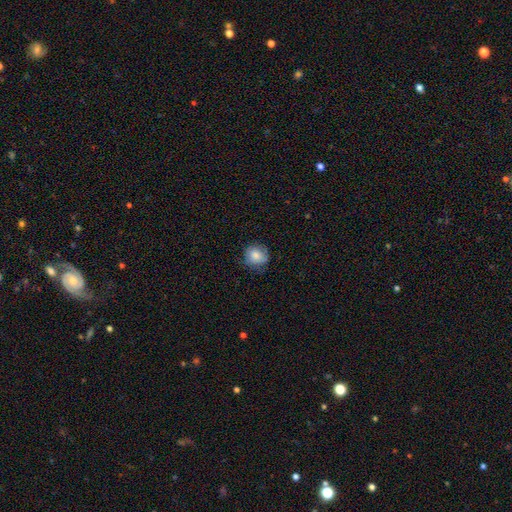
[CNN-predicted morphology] type=smooth (79%); roundness=round (83%); merging=none (74%).